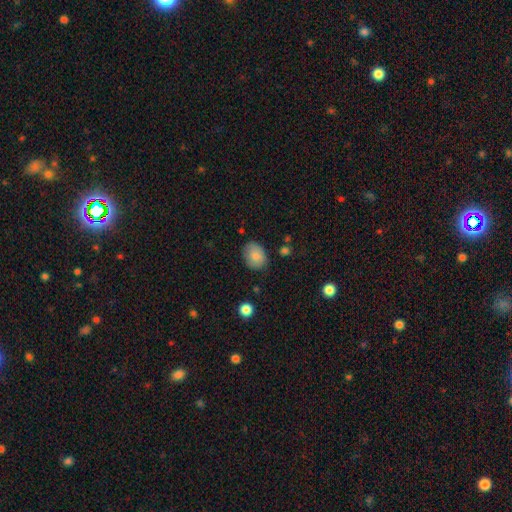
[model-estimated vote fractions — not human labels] Overall: smooth (84%). How rounded: in between (65%; round 34%). Merging: none (75%).